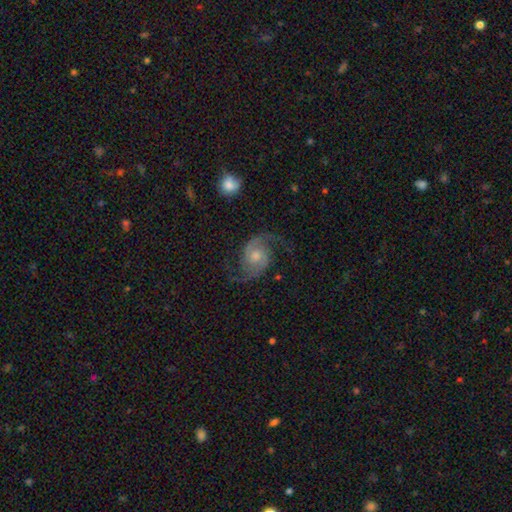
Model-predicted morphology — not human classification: type=featured or disk (89%); edge-on=no (98%); bar=no (64%); spiral arms=yes (98%); winding=medium (49%); arm count=2 (94%); bulge=moderate (59%); merging=none (77%).